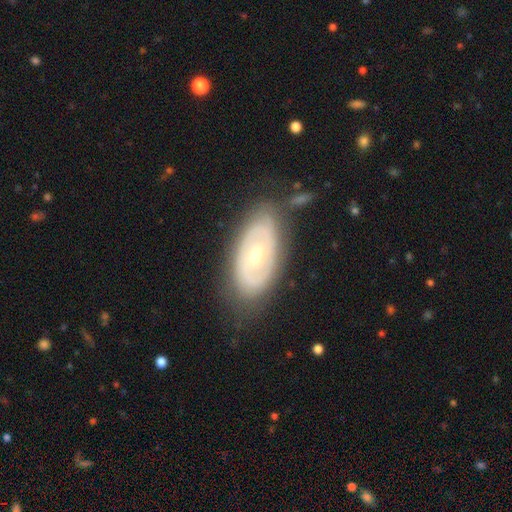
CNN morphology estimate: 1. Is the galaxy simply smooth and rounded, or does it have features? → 65% featured or disk, 30% smooth, 6% star or artifact.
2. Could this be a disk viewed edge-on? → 91% no, 9% yes.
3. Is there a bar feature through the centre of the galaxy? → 83% no, 13% weak, 5% strong.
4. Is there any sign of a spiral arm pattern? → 70% no, 30% yes.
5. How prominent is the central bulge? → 50% moderate, 47% small, 2% large, 1% dominant, 1% none.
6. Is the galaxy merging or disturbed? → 74% none, 17% minor disturbance, 6% major disturbance, 3% merger.